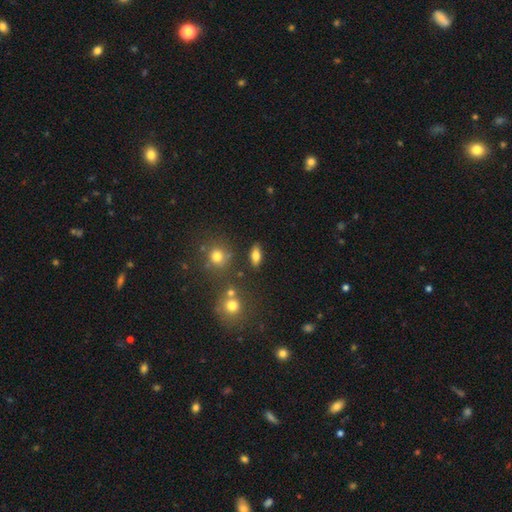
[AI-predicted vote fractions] Smooth or featured? Predicted: smooth (p=0.73). How rounded? Predicted: in between (p=0.78). Merging? Predicted: none (p=0.83).